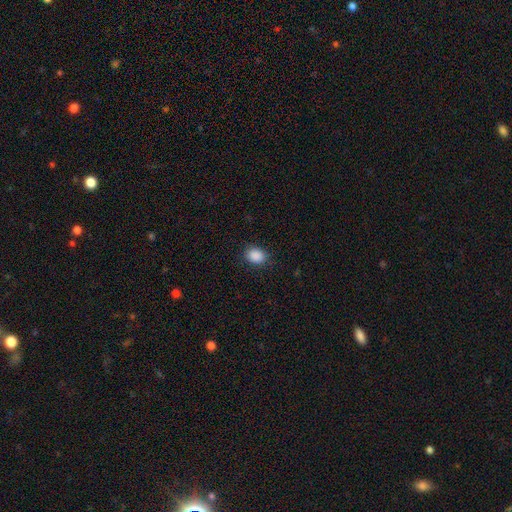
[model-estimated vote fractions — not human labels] Smooth or featured? smooth (89%)
How rounded? in between (56%)
Merging? none (85%)